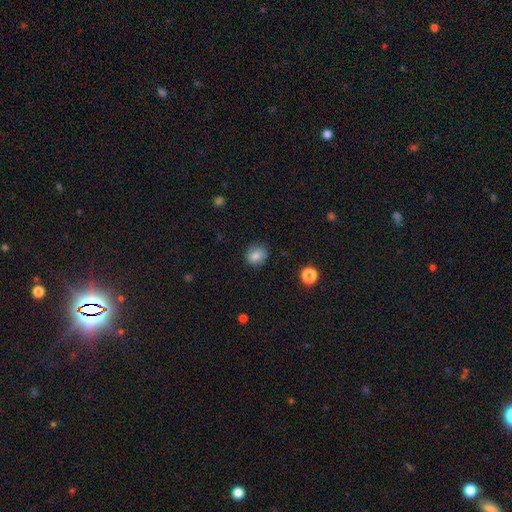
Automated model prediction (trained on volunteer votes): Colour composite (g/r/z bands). It shows a smooth galaxy with no disk features (79%) that is round (69%). Merging: none (82%).